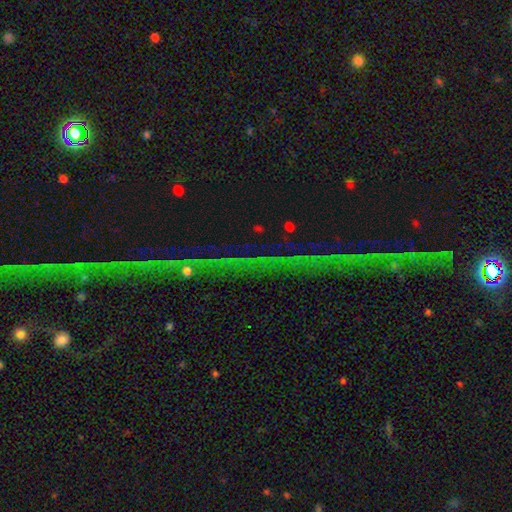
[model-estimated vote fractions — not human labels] A star or artifact, not a galaxy (75%).

Vote fractions:
- Smooth or featured? star or artifact: 75% / smooth: 13% / featured or disk: 12%